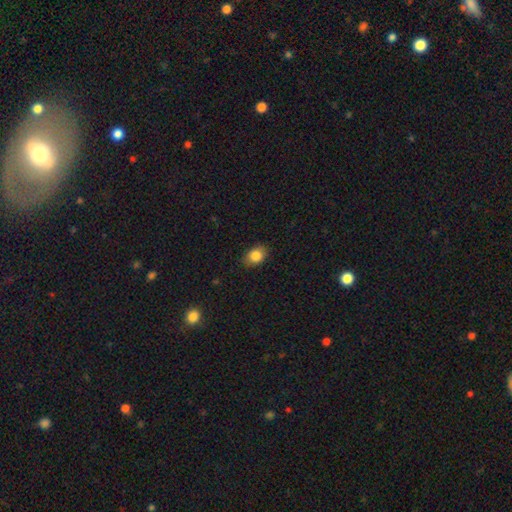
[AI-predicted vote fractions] This is clearly a smooth galaxy (85%). How rounded: likely in between (70%). Merging: clearly none (84%).